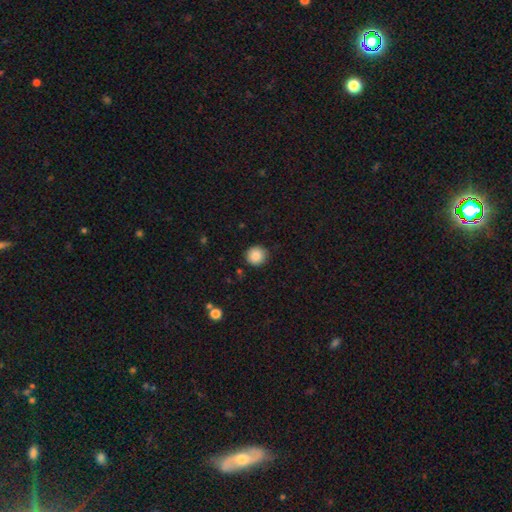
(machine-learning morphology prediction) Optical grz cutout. It shows a smooth galaxy with no disk features (87%) that is round (94%). Merging: none (90%).